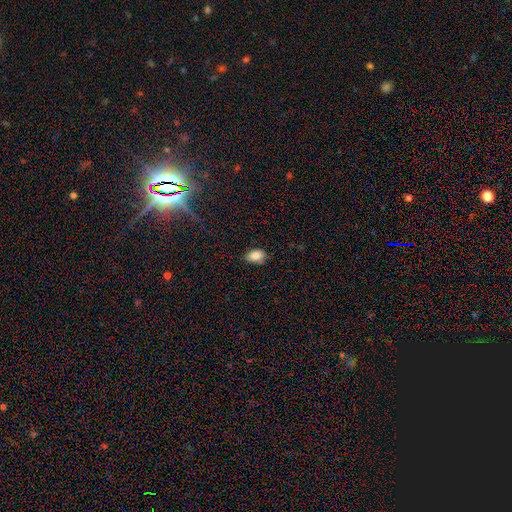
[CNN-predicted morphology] Smooth or featured: smooth — 86% (star or artifact — 8%)
How rounded: in between — 88% (round — 11%)
Merging: none — 78% (minor disturbance — 18%)